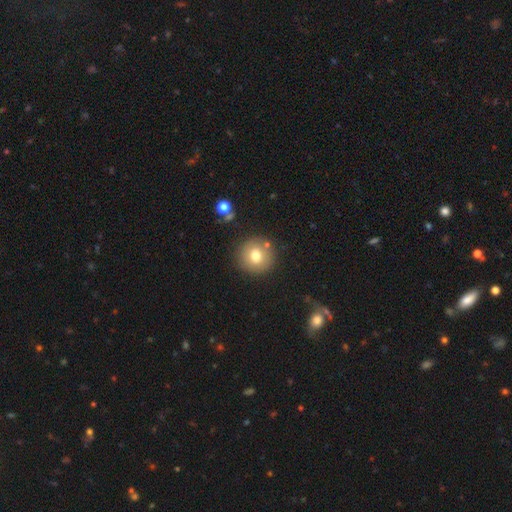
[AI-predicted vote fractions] The model was most divided on "smooth or featured": smooth: 75%, featured or disk: 14%, star or artifact: 11%. More confident: how rounded — round (93%); merging — none (84%).